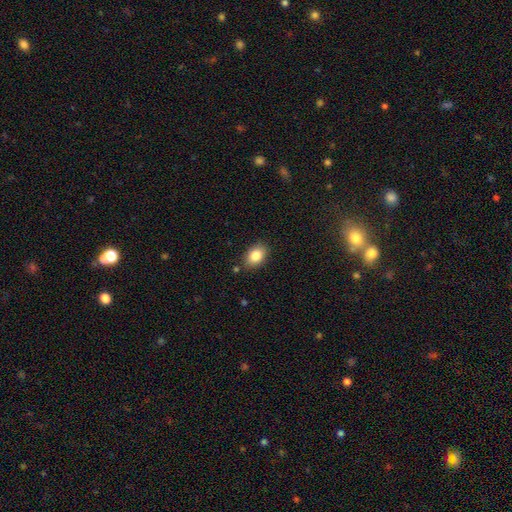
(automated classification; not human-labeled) smooth 83%, star or artifact 8%, featured or disk 8%. Down the decision tree: how rounded — in between (80%); merging — none (83%).